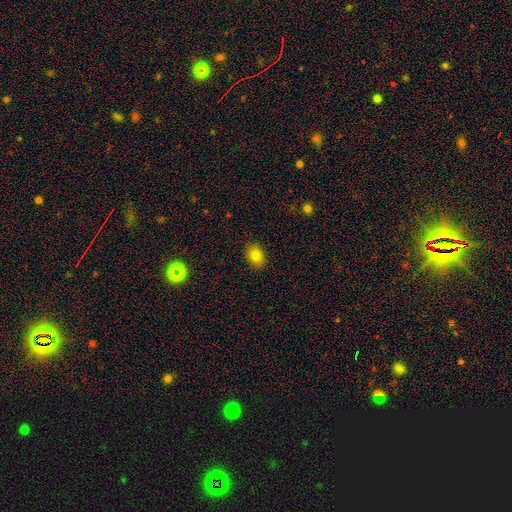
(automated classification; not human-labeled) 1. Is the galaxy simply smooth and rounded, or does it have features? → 81% smooth, 11% star or artifact, 9% featured or disk.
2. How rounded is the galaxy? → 68% in between, 31% round, 1% cigar-shaped.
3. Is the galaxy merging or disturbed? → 89% none, 8% minor disturbance, 2% major disturbance, 1% merger.